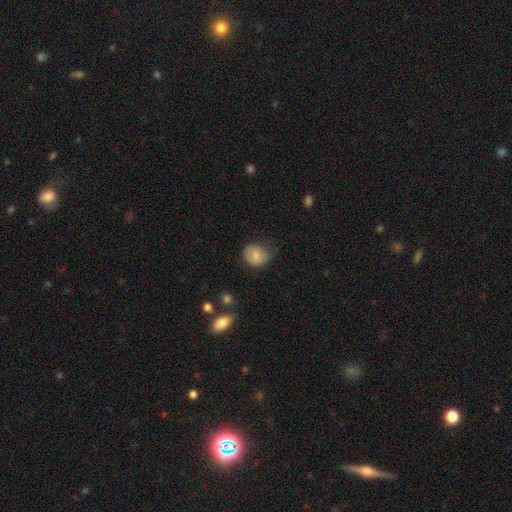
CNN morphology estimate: Smooth or featured? Predicted: smooth (p=0.75). How rounded? Predicted: round (p=0.61). Merging? Predicted: none (p=0.39).